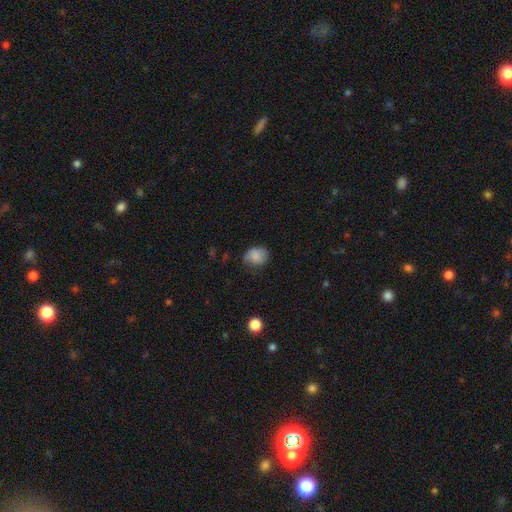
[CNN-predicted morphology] A smooth galaxy with no disk features (79%) that is round (59%). Merging: none (64%).